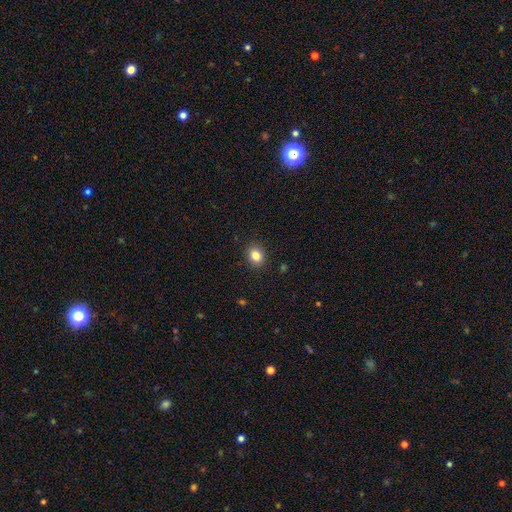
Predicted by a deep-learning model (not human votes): smooth 84%, star or artifact 10%, featured or disk 6%. Down the decision tree: how rounded — round (54%); merging — none (90%).